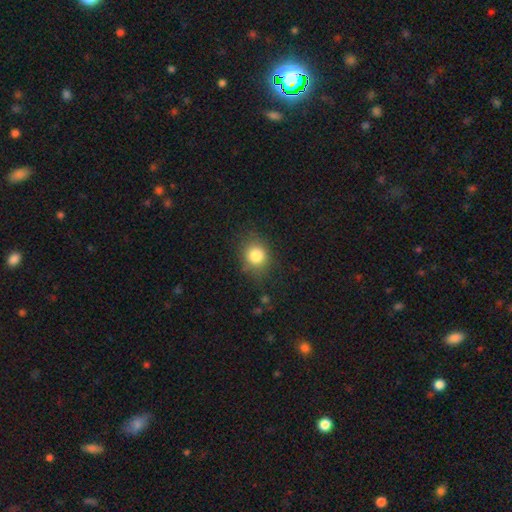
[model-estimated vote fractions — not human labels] This is clearly a smooth galaxy (82%). How rounded: likely round (72%). Merging: likely none (79%).